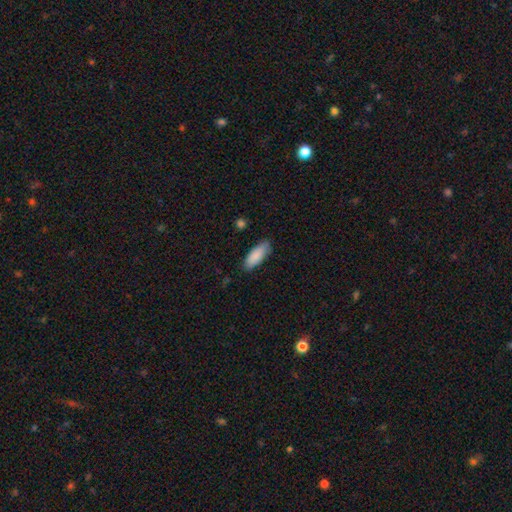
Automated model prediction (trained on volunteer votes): Smooth or featured? smooth (87%)
How rounded? in between (72%)
Merging? none (82%)